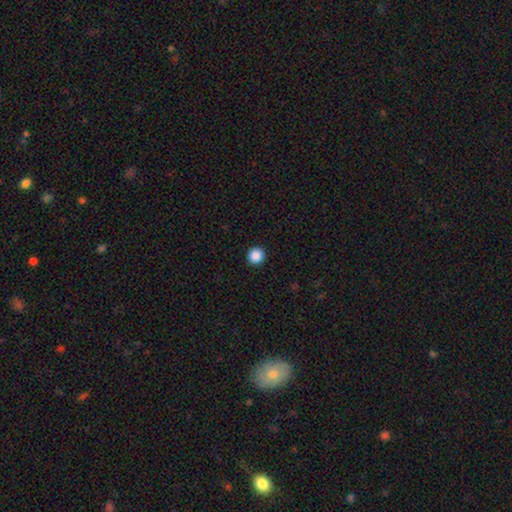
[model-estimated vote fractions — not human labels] The model was most divided on "smooth or featured": smooth: 88%, star or artifact: 10%, featured or disk: 2%. More confident: how rounded — round (96%); merging — none (94%).